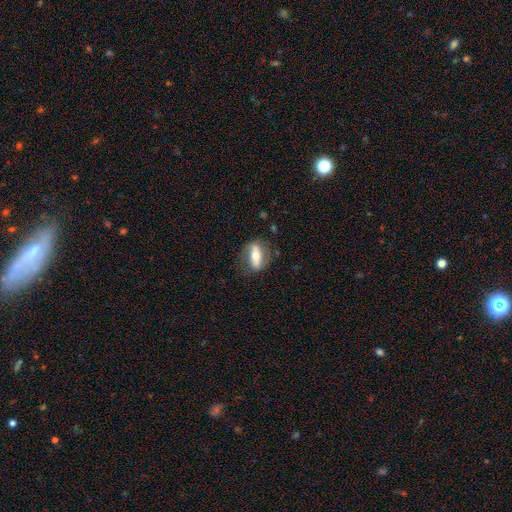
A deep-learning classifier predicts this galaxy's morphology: smooth_or_featured: featured or disk (p=0.56) [alt: smooth p=0.38]
disk_edge_on: no (p=0.66) [alt: yes p=0.34]
merging: none (p=0.74) [alt: minor disturbance p=0.17]